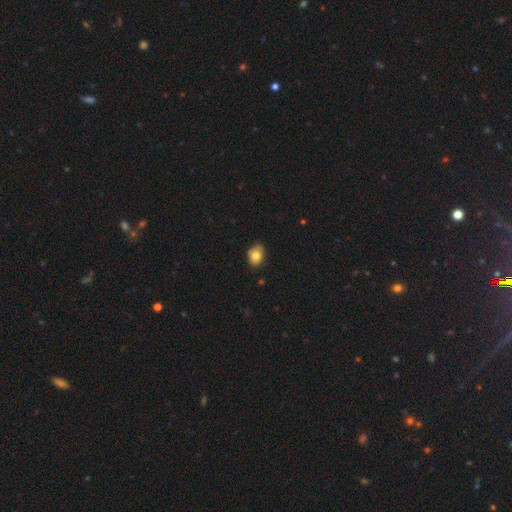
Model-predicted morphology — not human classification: smooth 81%, featured or disk 10%, star or artifact 9%. Down the decision tree: how rounded — in between (65%); merging — none (75%).